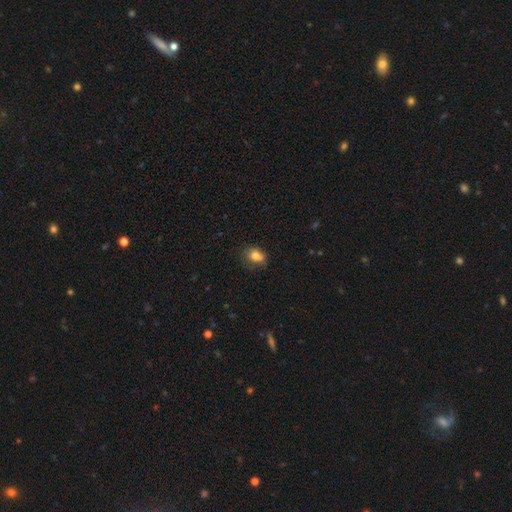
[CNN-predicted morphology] smooth 78%, featured or disk 12%, star or artifact 10%. Down the decision tree: how rounded — in between (60%); merging — none (55%).